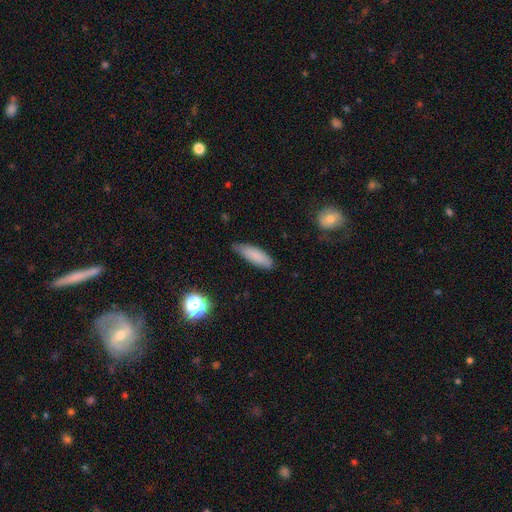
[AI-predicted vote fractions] Morphology: type=smooth (84%); roundness=cigar-shaped (53%); merging=none (71%).